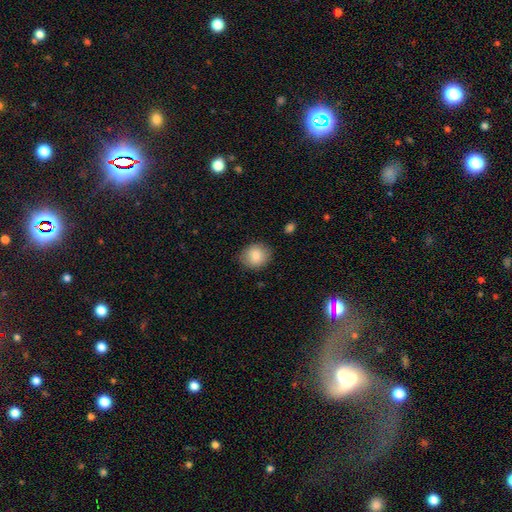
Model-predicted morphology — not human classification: smooth 86%, star or artifact 8%, featured or disk 7%. Down the decision tree: how rounded — round (72%); merging — none (84%).